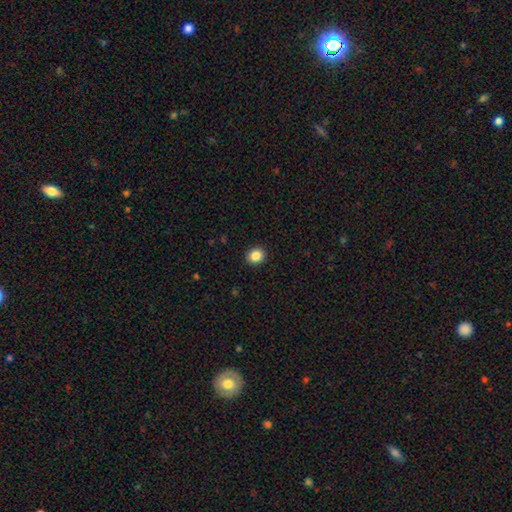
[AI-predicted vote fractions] The model was most divided on "how rounded": round: 80%, in between: 19%, cigar-shaped: 1%. More confident: merging — none (92%); smooth or featured — smooth (86%).